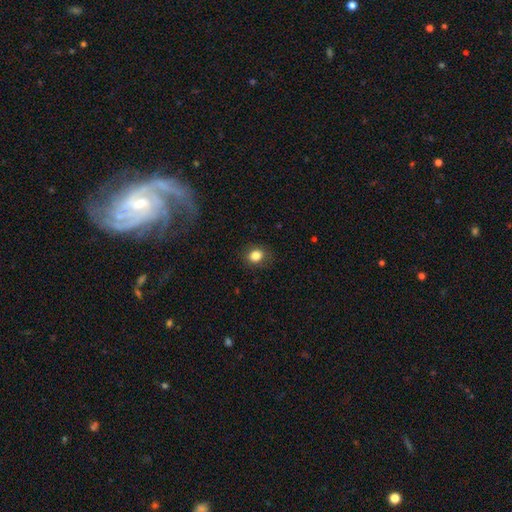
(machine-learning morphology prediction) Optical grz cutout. It shows a smooth galaxy with no disk features (83%) that is round (64%). Merging: none (85%).